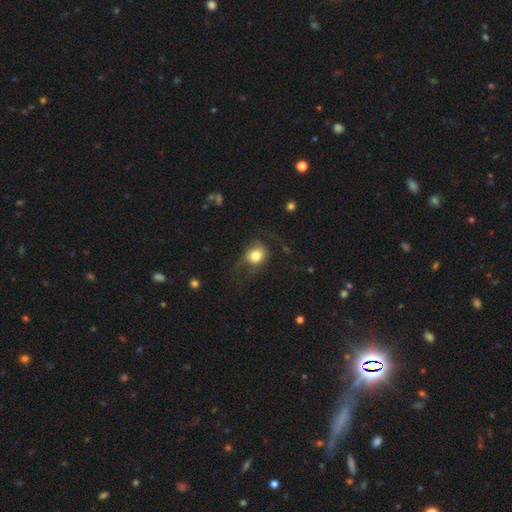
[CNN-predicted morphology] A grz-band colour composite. It shows a smooth galaxy with no disk features (74%) that is round (66%). Merging: none (45%).